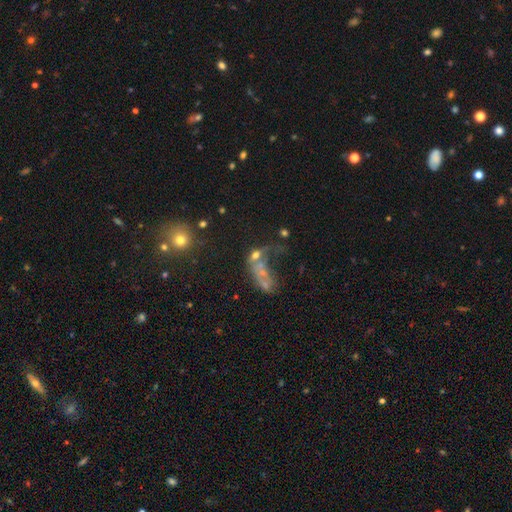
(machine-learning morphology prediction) Q: Smooth or featured?
A: smooth (41%); runner-up: featured or disk (37%)
Q: Merging?
A: merger (46%); runner-up: major disturbance (26%)